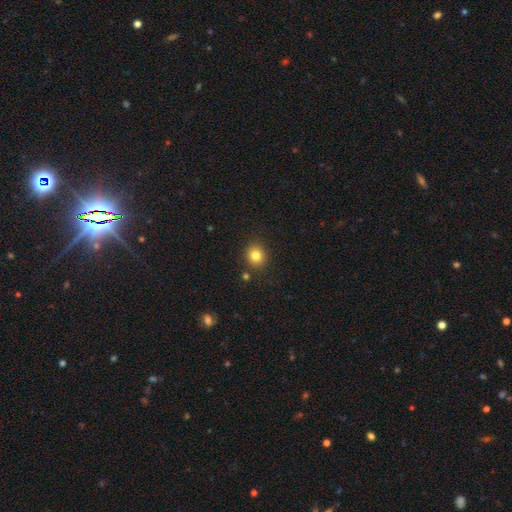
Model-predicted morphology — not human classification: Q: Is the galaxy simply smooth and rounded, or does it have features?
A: smooth — 81%.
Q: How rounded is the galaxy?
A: round — 81%.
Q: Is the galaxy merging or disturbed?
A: none — 86%.